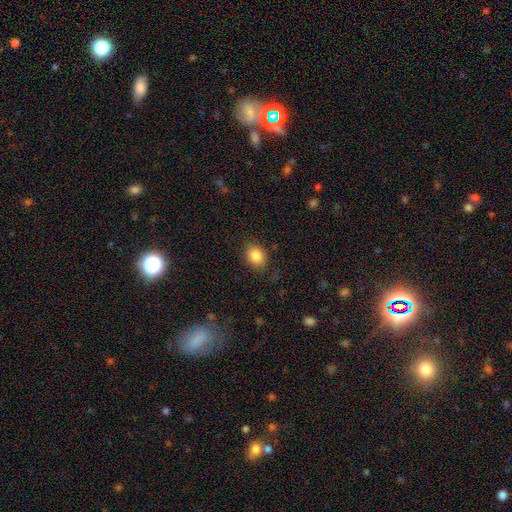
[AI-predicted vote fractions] Overall: smooth (85%). How rounded: in between (55%; round 44%). Merging: none (82%).